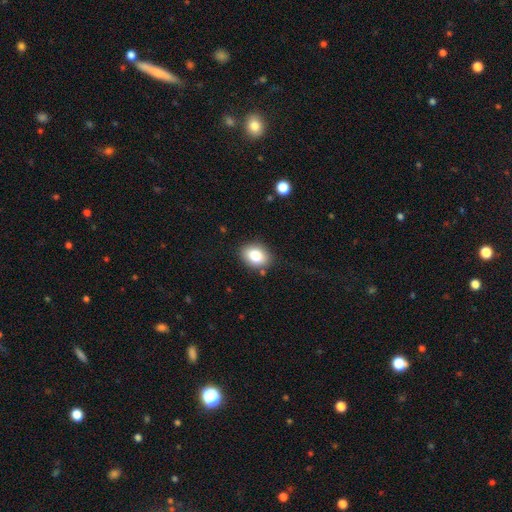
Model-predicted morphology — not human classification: The model was most divided on "how rounded": in between: 70%, round: 29%, cigar-shaped: 1%. More confident: merging — none (85%); smooth or featured — smooth (81%).